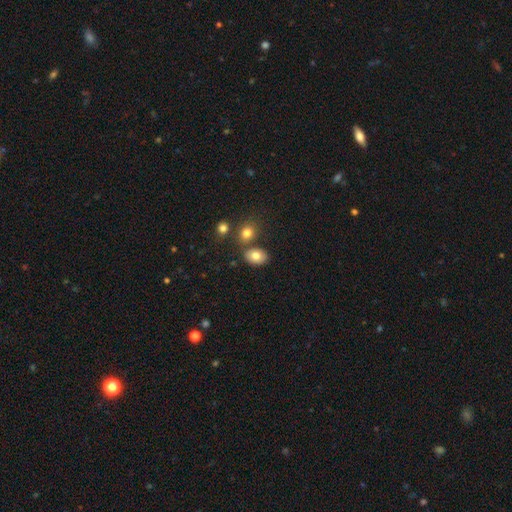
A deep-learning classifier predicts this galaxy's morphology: Overall: smooth (79%). How rounded: in between (73%). Merging: none (71%).